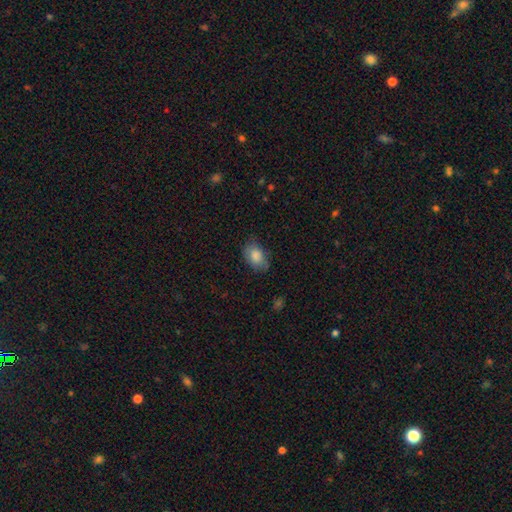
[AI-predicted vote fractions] A smooth galaxy with no disk features (83%) that is in between round and cigar-shaped (82%). Merging: none (69%).